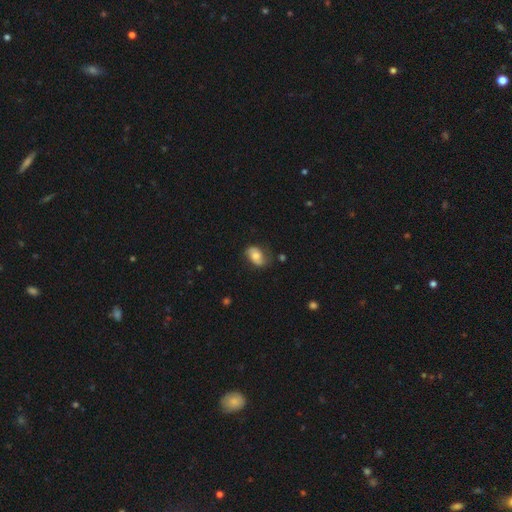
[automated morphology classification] This is possibly a smooth galaxy (53%). How rounded: clearly in between (85%). Merging: likely none (65%).